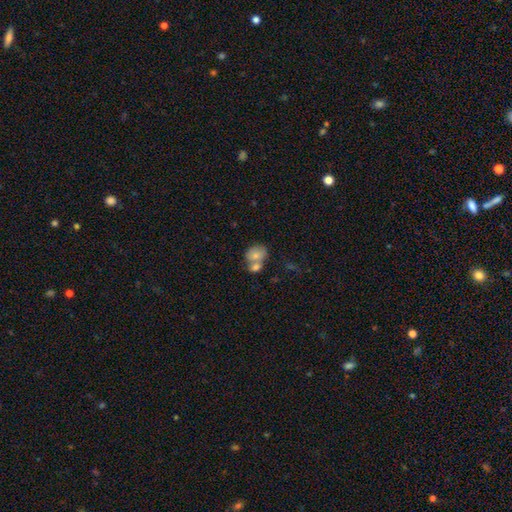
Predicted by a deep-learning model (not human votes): Smooth or featured? smooth (75%)
How rounded? in between (50%)
Merging? merger (56%)